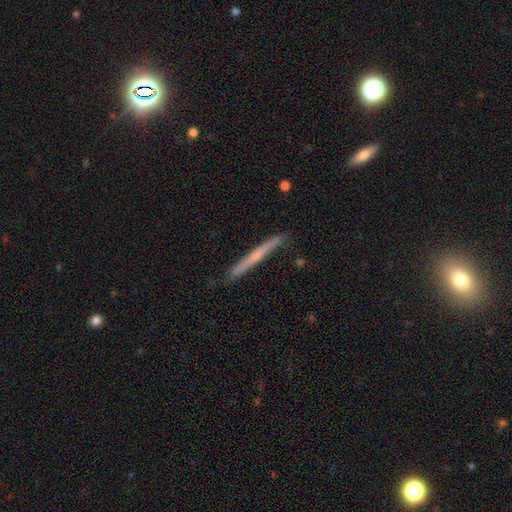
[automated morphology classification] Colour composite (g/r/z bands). It shows a featured or disk galaxy (51%) viewed edge-on (97%). Merging: none (89%).